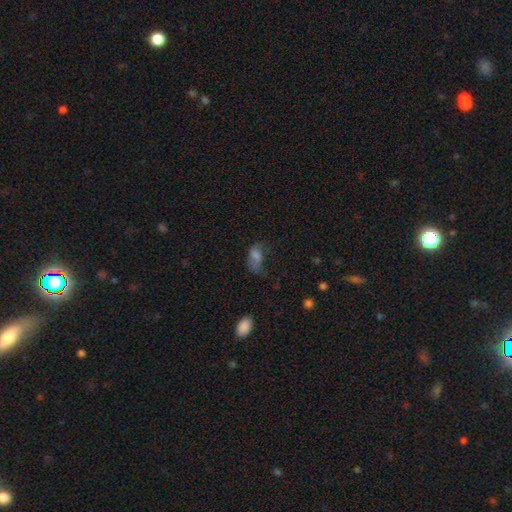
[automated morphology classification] Smooth or featured: smooth — 63% (featured or disk — 22%)
How rounded: in between — 84% (round — 12%)
Merging: major disturbance — 41% (none — 29%)